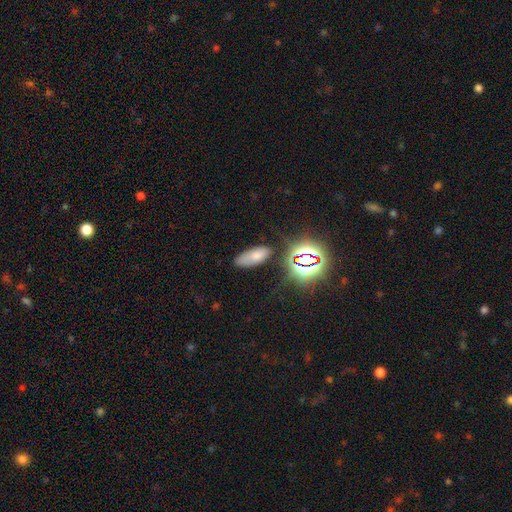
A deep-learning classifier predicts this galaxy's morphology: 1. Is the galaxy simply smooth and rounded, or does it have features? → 67% smooth, 22% star or artifact, 11% featured or disk.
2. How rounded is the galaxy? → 82% in between, 13% cigar-shaped, 5% round.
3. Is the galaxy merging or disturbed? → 71% none, 18% minor disturbance, 6% major disturbance, 5% merger.